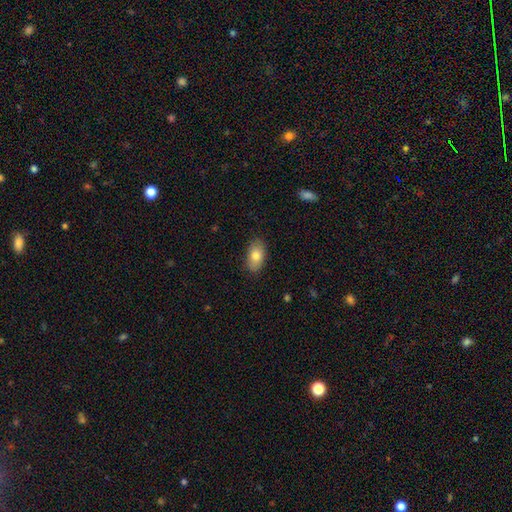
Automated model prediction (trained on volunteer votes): Smooth or featured?
  - smooth: 78% *
  - featured or disk: 15%
  - star or artifact: 7%
How rounded?
  - in between: 91% *
  - round: 7%
  - cigar-shaped: 2%
Merging?
  - none: 85% *
  - minor disturbance: 11%
  - major disturbance: 2%
  - merger: 1%